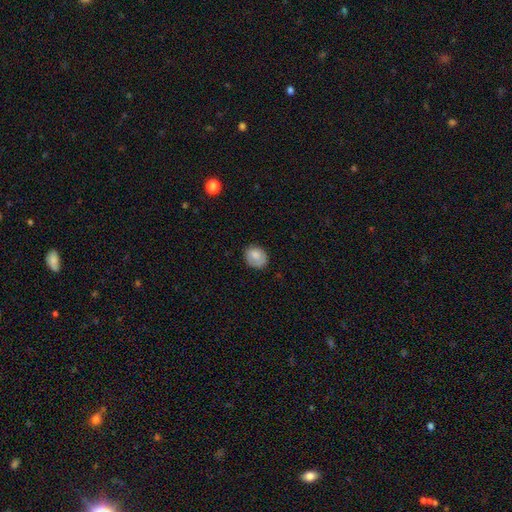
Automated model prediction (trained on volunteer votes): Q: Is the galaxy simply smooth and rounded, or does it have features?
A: smooth — 79%.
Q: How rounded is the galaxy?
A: round — 59%.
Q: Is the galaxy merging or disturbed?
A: none — 74%.